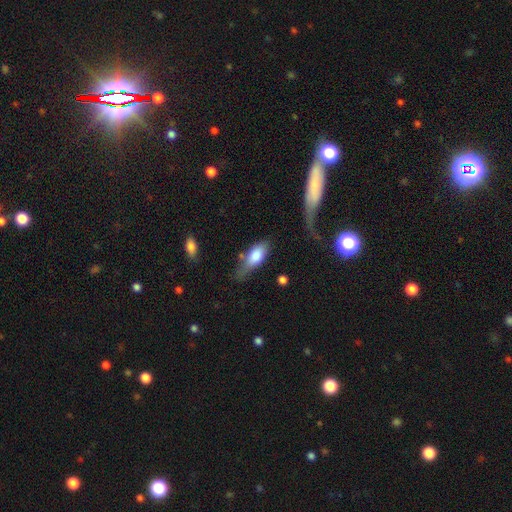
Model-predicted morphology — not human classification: smooth_or_featured: smooth (p=0.76) [alt: featured or disk p=0.18]
how_rounded: in between (p=0.79) [alt: cigar-shaped p=0.18]
merging: none (p=0.41) [alt: minor disturbance p=0.36]